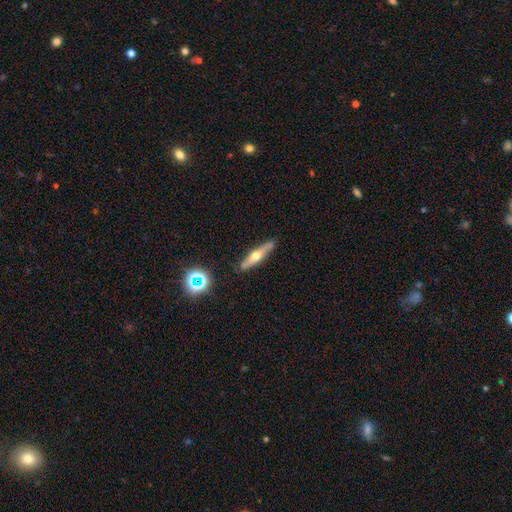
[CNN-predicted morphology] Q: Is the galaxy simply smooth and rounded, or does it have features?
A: featured or disk — 57%.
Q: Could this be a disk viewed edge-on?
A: yes — 88%.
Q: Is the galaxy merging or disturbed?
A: none — 86%.